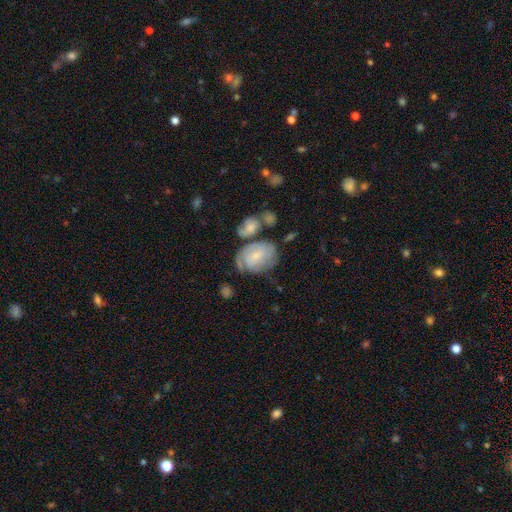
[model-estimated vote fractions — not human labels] Morphology: type=featured or disk (51%); edge-on=no (96%); merging=none (44%).